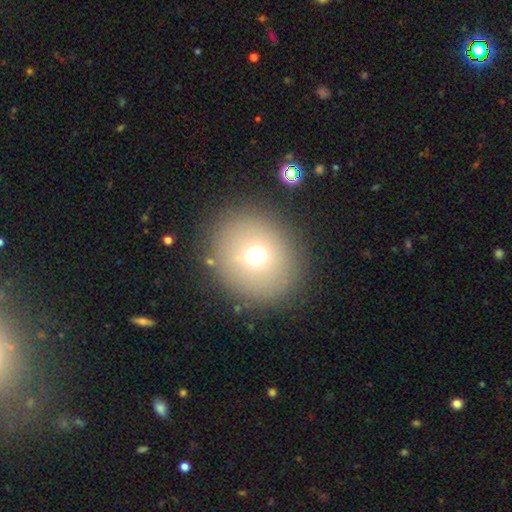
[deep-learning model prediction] A smooth galaxy with no disk features (63%) that is round (77%). Merging: none (83%).